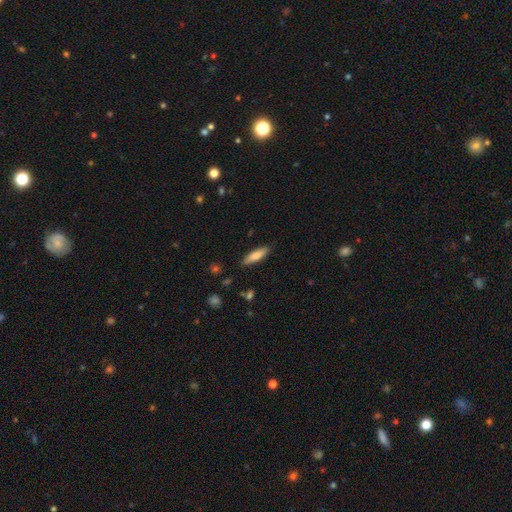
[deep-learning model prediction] Smooth or featured?
  - smooth: 77% *
  - featured or disk: 17%
  - star or artifact: 6%
How rounded?
  - cigar-shaped: 66% *
  - in between: 32%
  - round: 2%
Merging?
  - none: 87% *
  - minor disturbance: 10%
  - major disturbance: 2%
  - merger: 1%